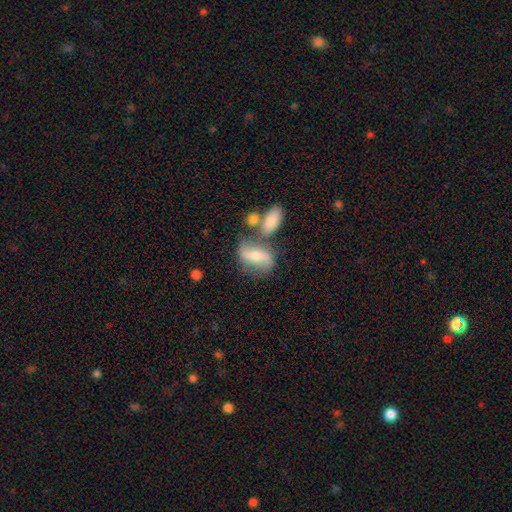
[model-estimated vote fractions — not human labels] Overall: featured or disk (57%; smooth 35%). Edge-on disk: no (93%). Bar: weak (37%; no 32%). Spiral arms: yes (83%). Bulge size: moderate (47%; small 36%). Merging: none (48%; merger 28%).